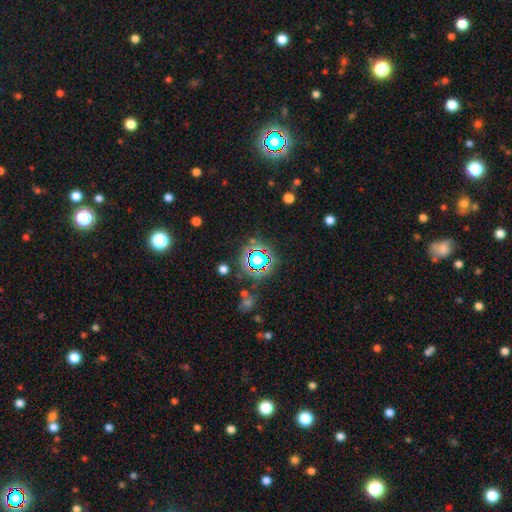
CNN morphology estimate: This is likely a star or artifact rather than a galaxy (62%).